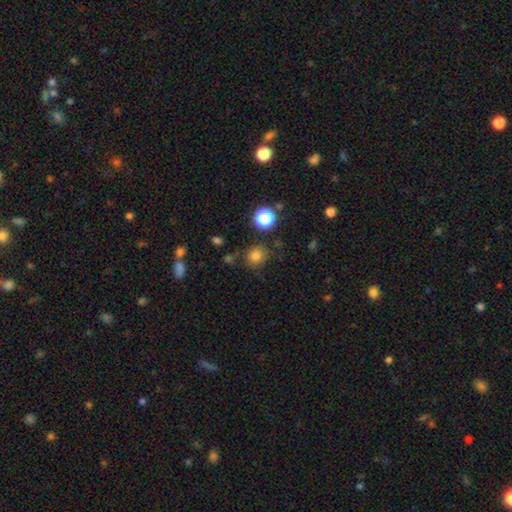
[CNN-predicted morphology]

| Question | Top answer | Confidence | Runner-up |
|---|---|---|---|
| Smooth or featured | smooth | 79% | star or artifact (15%) |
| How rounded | round | 86% | in between (13%) |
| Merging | none | 78% | minor disturbance (13%) |